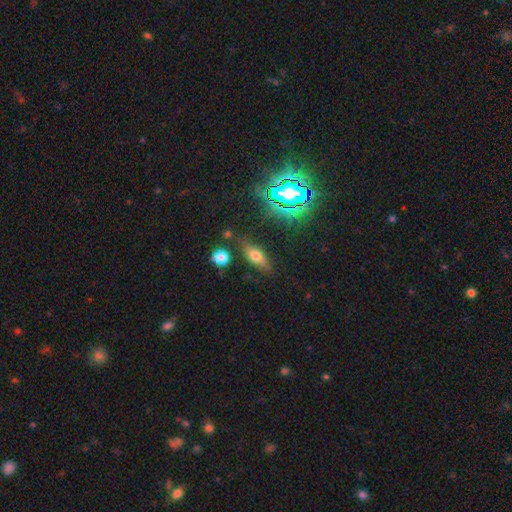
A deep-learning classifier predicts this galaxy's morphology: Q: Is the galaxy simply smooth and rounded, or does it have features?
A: smooth — 57%.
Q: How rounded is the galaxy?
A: in between — 63%.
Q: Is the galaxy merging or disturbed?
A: none — 76%.